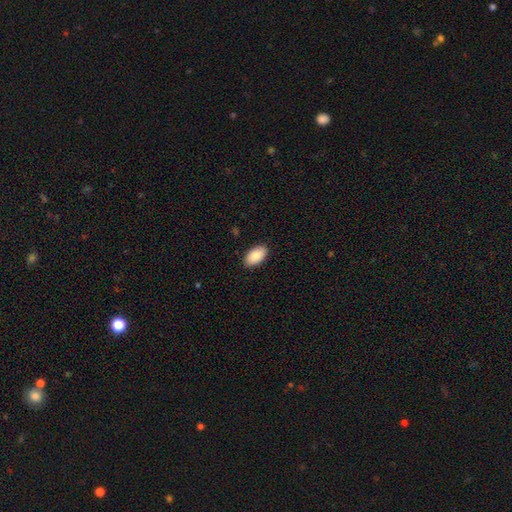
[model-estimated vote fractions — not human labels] A smooth galaxy with no disk features (87%) that is in between round and cigar-shaped (95%). Merging: none (89%).